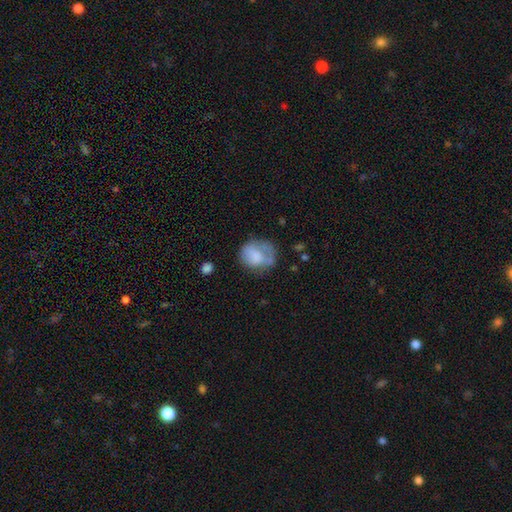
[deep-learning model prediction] Overall: smooth (68%). How rounded: round (61%; in between 38%). Merging: none (41%; minor disturbance 29%).